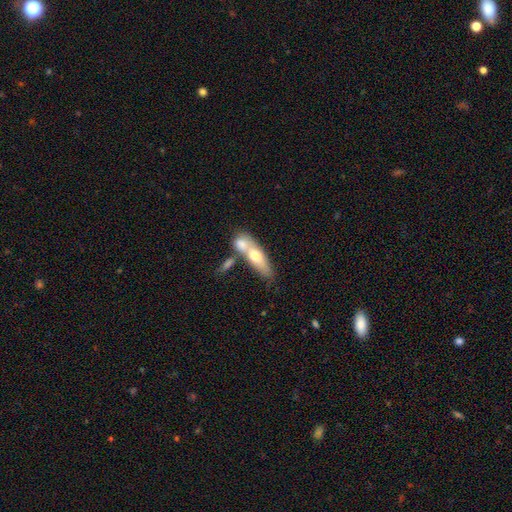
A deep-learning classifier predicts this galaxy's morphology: smooth_or_featured: smooth (p=0.56) [alt: featured or disk p=0.38]
how_rounded: in between (p=0.54) [alt: cigar-shaped p=0.40]
merging: merger (p=0.56) [alt: none p=0.28]